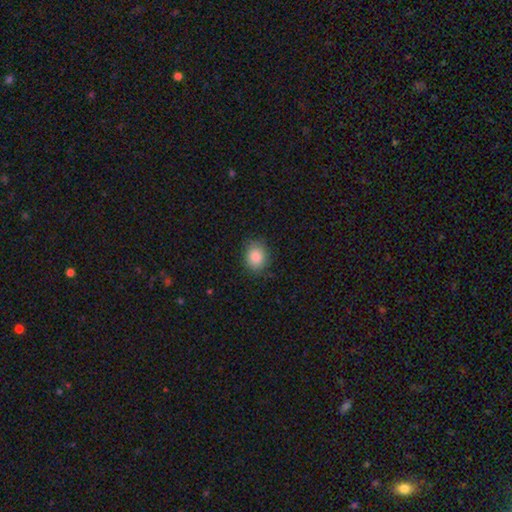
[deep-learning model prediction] smooth_or_featured: smooth (p=0.86) [alt: star or artifact p=0.09]
how_rounded: round (p=0.56) [alt: in between p=0.43]
merging: none (p=0.85) [alt: minor disturbance p=0.11]